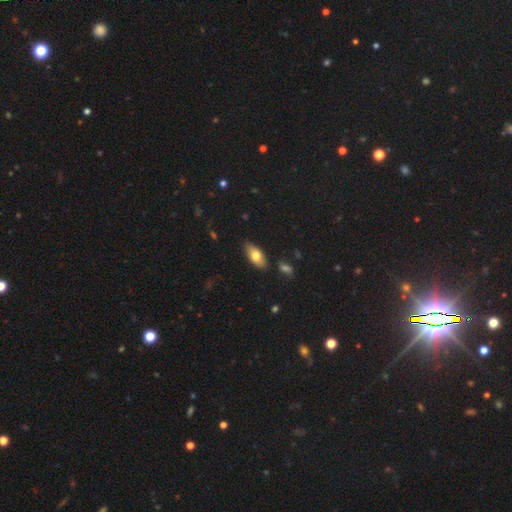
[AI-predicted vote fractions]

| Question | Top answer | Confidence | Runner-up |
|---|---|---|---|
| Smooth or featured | smooth | 74% | featured or disk (19%) |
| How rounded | in between | 86% | cigar-shaped (11%) |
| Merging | none | 83% | minor disturbance (13%) |